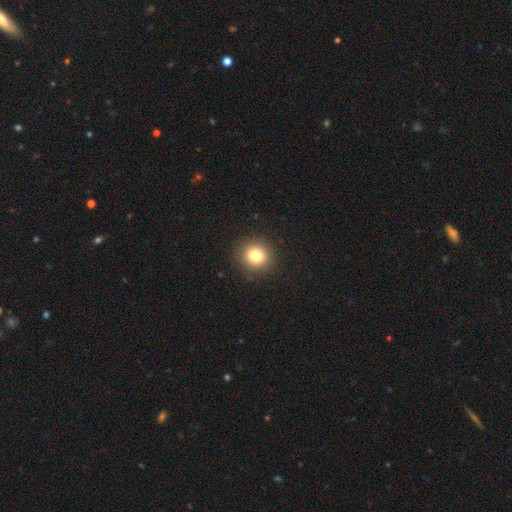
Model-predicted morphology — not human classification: smooth_or_featured: smooth (p=0.80) [alt: star or artifact p=0.12]
how_rounded: round (p=0.91) [alt: in between p=0.08]
merging: none (p=0.91) [alt: minor disturbance p=0.06]